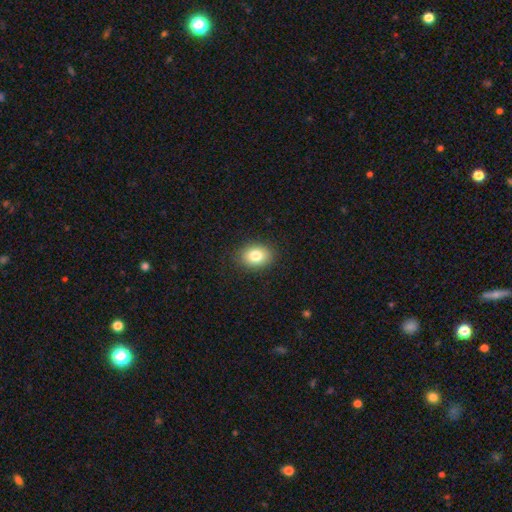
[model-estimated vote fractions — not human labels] smooth 82%, star or artifact 9%, featured or disk 9%. Down the decision tree: how rounded — in between (65%); merging — none (88%).